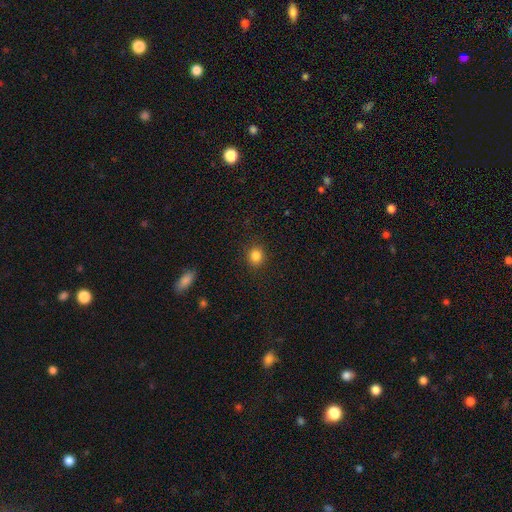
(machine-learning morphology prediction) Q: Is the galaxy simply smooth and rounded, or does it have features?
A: smooth — 84%.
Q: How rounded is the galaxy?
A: round — 79%.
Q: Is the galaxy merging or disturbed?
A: none — 89%.